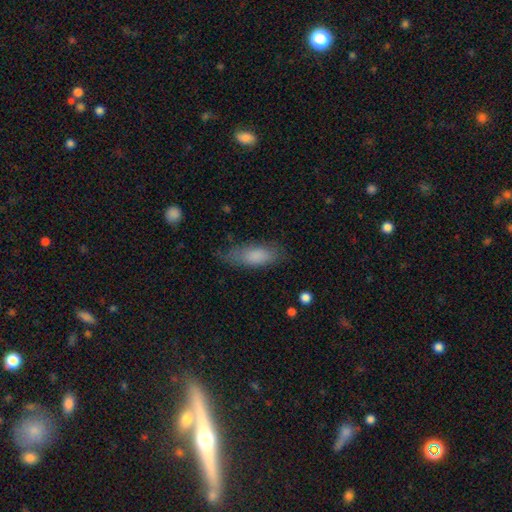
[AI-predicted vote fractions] A smooth galaxy with no disk features (81%) that is in between round and cigar-shaped (68%).

Vote fractions:
- Smooth or featured? smooth: 81% / featured or disk: 12% / star or artifact: 7%
- How rounded? in between: 68% / cigar-shaped: 30% / round: 2%
- Merging? none: 64% / minor disturbance: 25% / major disturbance: 9% / merger: 2%